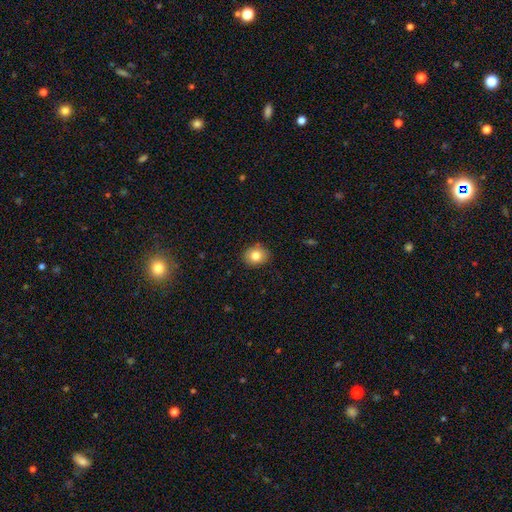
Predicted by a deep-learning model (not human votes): A smooth galaxy with no disk features (80%) that is round (65%). Merging: none (87%).